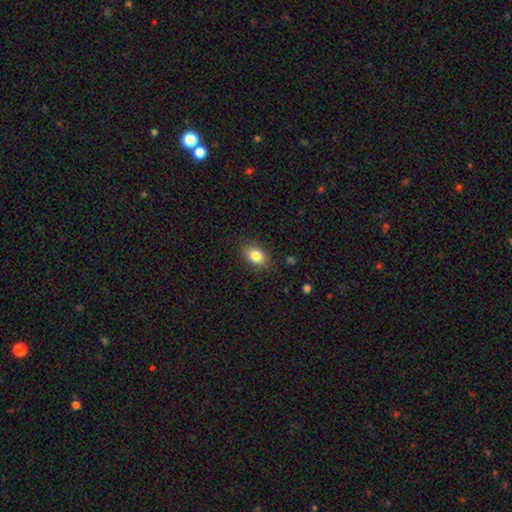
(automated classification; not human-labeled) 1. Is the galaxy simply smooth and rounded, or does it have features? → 84% smooth, 9% star or artifact, 8% featured or disk.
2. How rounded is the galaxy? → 80% in between, 19% round, 1% cigar-shaped.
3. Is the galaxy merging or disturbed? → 85% none, 11% minor disturbance, 3% major disturbance, 1% merger.